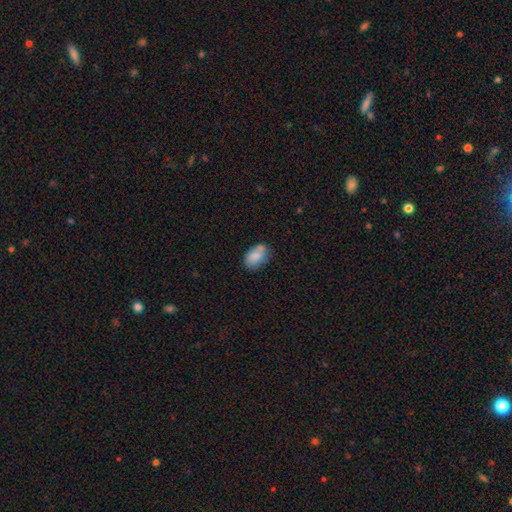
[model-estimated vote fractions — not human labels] Q: Smooth or featured?
A: smooth (78%); runner-up: featured or disk (14%)
Q: How rounded?
A: in between (88%); runner-up: round (11%)
Q: Merging?
A: none (56%); runner-up: minor disturbance (24%)